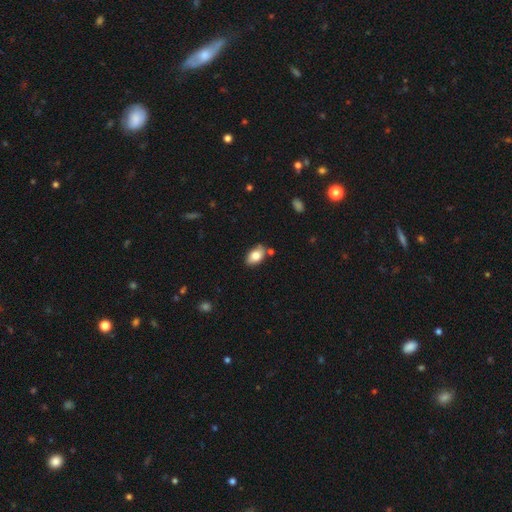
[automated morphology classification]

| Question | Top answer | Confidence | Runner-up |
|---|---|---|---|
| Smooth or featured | smooth | 80% | featured or disk (12%) |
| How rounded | in between | 91% | round (7%) |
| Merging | none | 76% | minor disturbance (14%) |